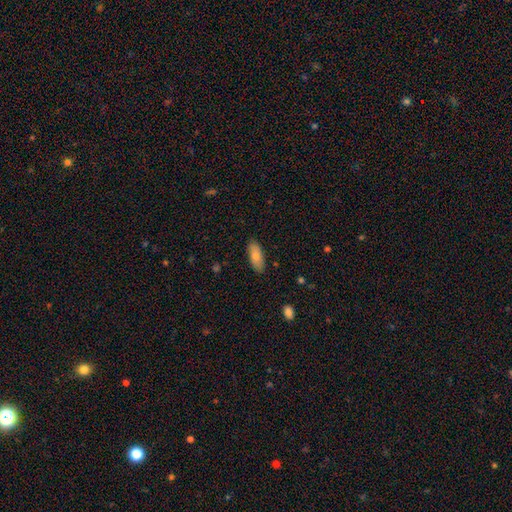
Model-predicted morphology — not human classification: Q: Smooth or featured?
A: smooth (81%); runner-up: featured or disk (13%)
Q: How rounded?
A: in between (79%); runner-up: cigar-shaped (19%)
Q: Merging?
A: none (87%); runner-up: minor disturbance (10%)